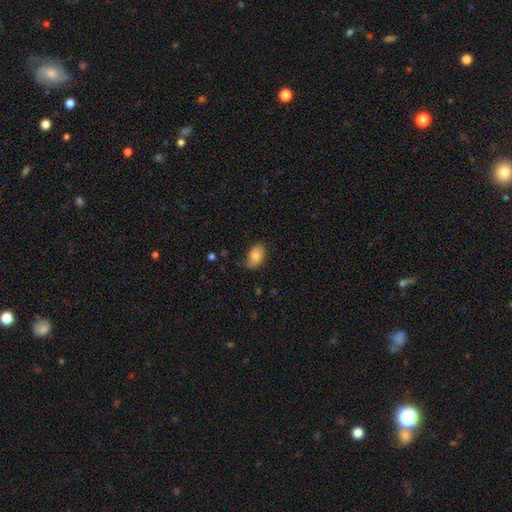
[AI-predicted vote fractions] Smooth or featured: smooth — 72% (featured or disk — 20%)
How rounded: in between — 86% (round — 13%)
Merging: none — 64% (minor disturbance — 28%)